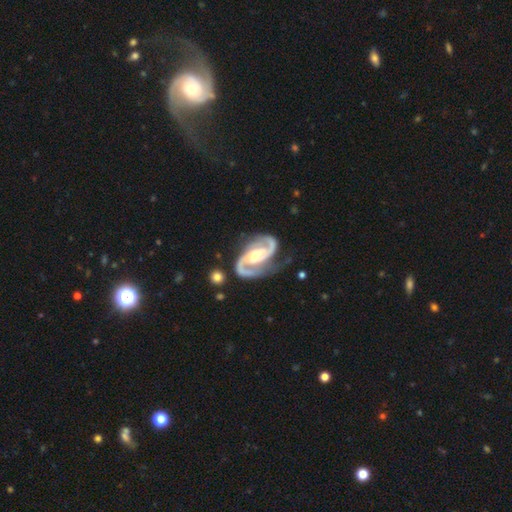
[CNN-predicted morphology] This appears to be a featured or disk galaxy (94%) with a weak bar (40%), 2 (94%) medium (60%) spiral arms (98%) and a moderate central bulge (64%). Merging: none (72%).